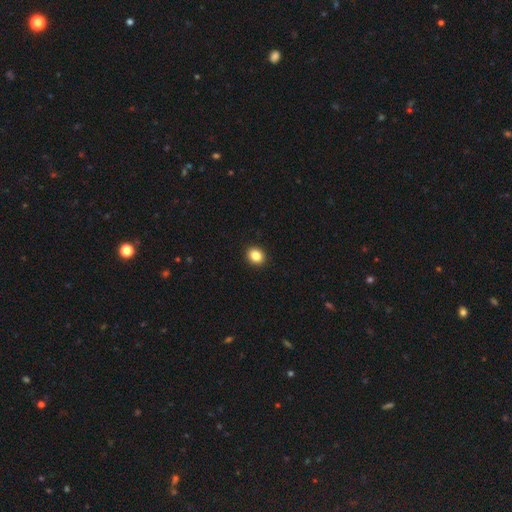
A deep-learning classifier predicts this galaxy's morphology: type=smooth (86%); roundness=round (66%); merging=none (93%).